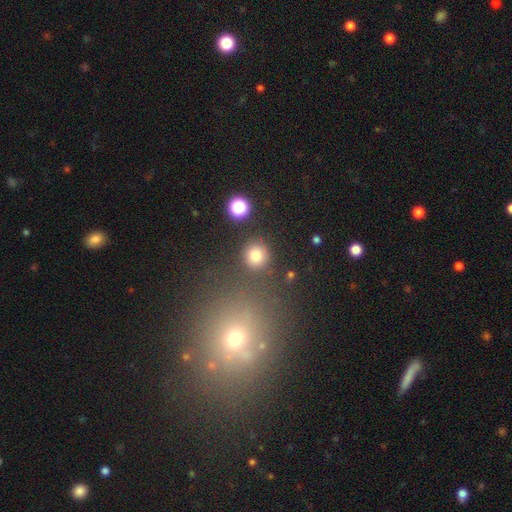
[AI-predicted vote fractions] smooth_or_featured: smooth (p=0.80) [alt: star or artifact p=0.14]
how_rounded: round (p=0.91) [alt: in between p=0.08]
merging: none (p=0.84) [alt: minor disturbance p=0.08]